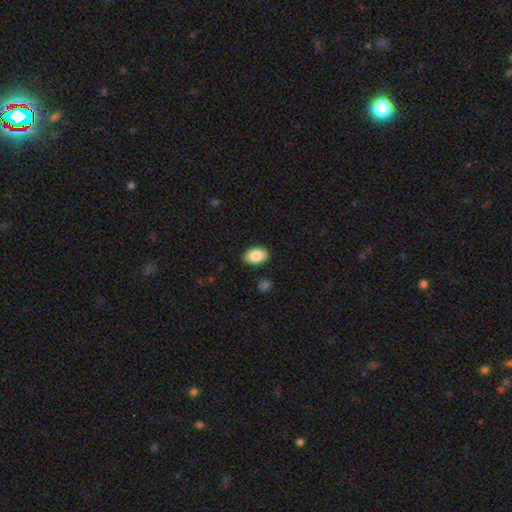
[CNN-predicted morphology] smooth-or-featured: smooth: 88% | star or artifact: 7% | featured or disk: 5%
  how-rounded: in between: 89% | round: 10% | cigar-shaped: 1%
  merging: none: 89% | minor disturbance: 8% | major disturbance: 2% | merger: 1%